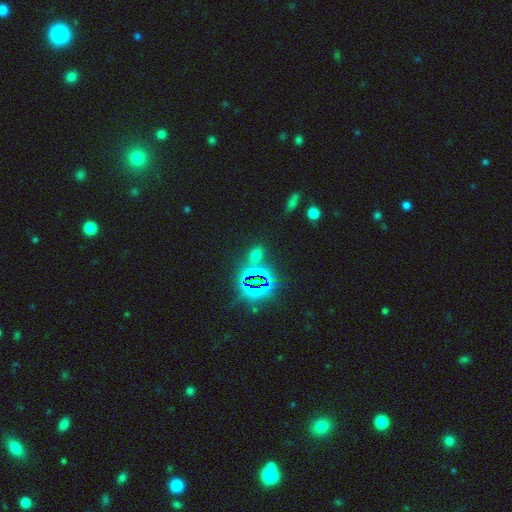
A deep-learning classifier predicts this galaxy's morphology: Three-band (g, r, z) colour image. It shows a star or artifact, not a galaxy (52%).